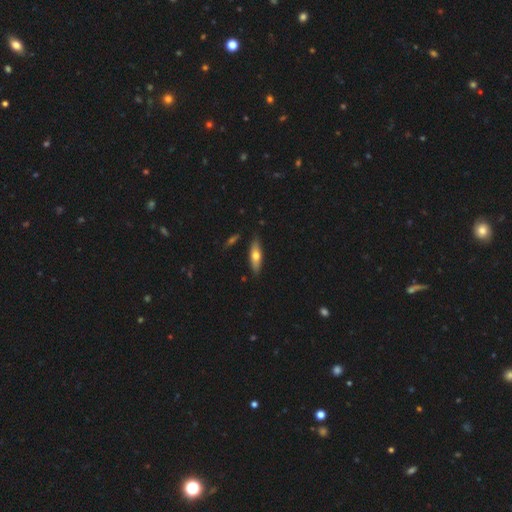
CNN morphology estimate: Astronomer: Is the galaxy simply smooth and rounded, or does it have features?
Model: smooth — 62%.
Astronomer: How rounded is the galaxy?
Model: in between — 49% (runner-up: cigar-shaped, 48%).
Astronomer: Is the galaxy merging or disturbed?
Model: none — 85%.